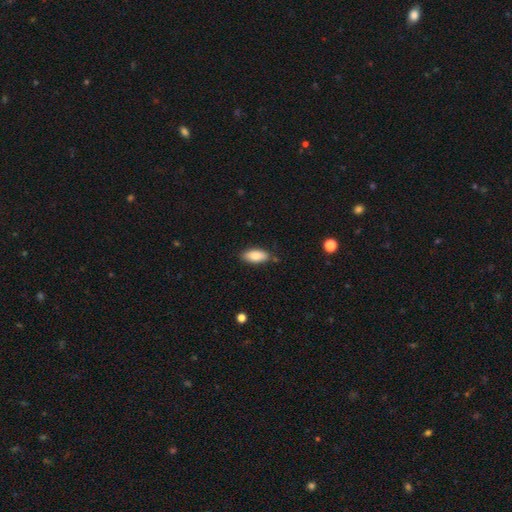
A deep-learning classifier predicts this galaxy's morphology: Smooth or featured? smooth (86%)
How rounded? in between (87%)
Merging? none (82%)